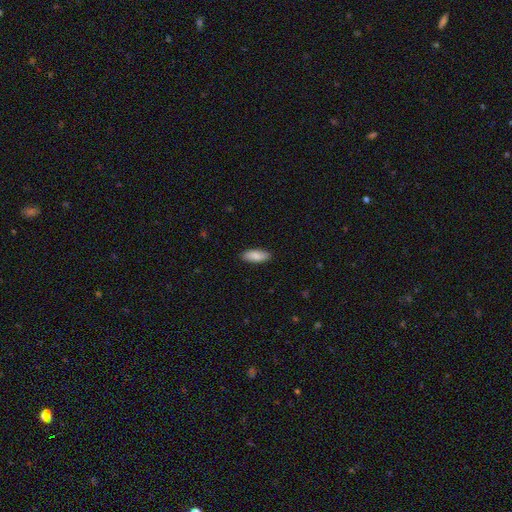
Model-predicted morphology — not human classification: This appears to be a smooth galaxy with no disk features (86%) that is in between round and cigar-shaped (75%). Merging: none (89%).